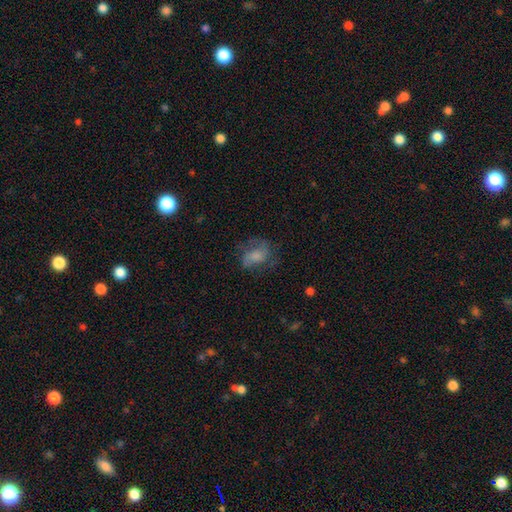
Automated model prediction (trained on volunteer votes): smooth_or_featured: smooth (p=0.48) [alt: featured or disk p=0.42]
merging: none (p=0.52) [alt: minor disturbance p=0.24]